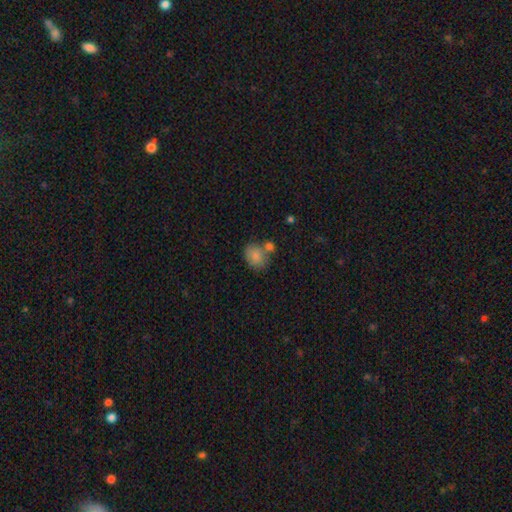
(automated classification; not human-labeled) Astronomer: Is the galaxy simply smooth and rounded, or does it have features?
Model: smooth — 82%.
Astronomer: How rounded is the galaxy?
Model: round — 53% (runner-up: in between, 46%).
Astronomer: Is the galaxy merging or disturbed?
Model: none — 52% (runner-up: merger, 27%).